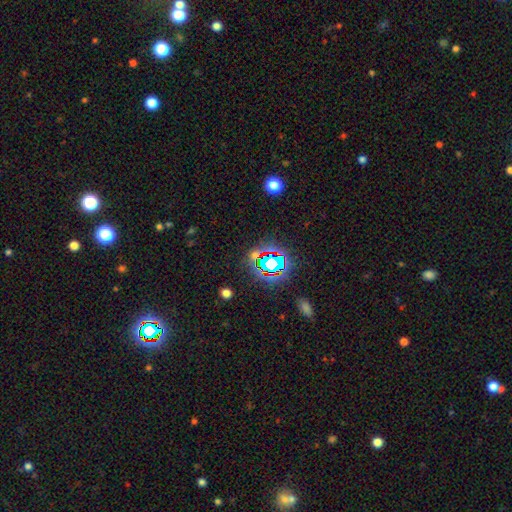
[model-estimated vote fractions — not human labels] Smooth or featured?
  - star or artifact: 69% *
  - smooth: 21%
  - featured or disk: 10%